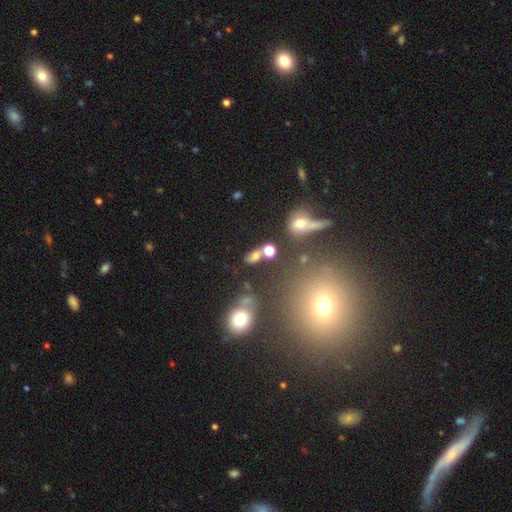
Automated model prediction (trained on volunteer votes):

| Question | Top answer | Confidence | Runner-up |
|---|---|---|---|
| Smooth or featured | smooth | 68% | star or artifact (17%) |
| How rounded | in between | 71% | round (20%) |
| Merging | none | 49% | merger (29%) |